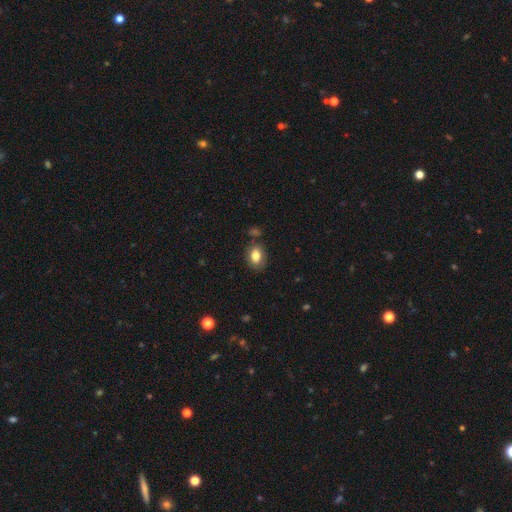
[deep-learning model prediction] A smooth galaxy with no disk features (83%) that is in between round and cigar-shaped (75%). Merging: none (77%).